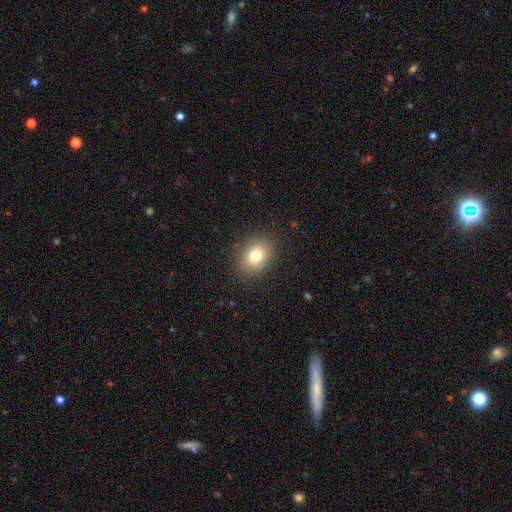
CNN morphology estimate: A smooth galaxy with no disk features (79%) that is in between round and cigar-shaped (59%). Merging: none (87%).